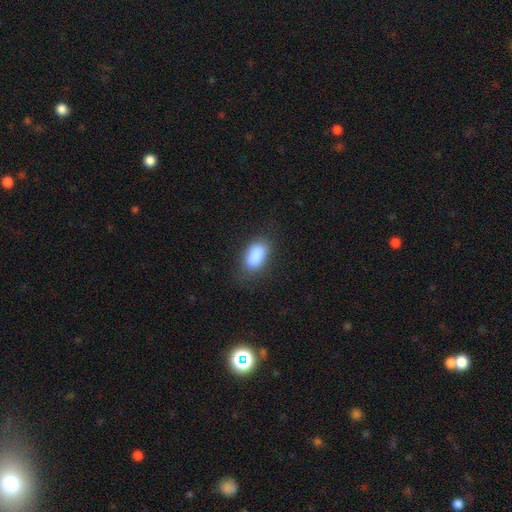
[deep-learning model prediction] A smooth galaxy with no disk features (88%) that is in between round and cigar-shaped (92%).

Vote fractions:
- Smooth or featured? smooth: 88% / star or artifact: 7% / featured or disk: 5%
- How rounded? in between: 92% / round: 5% / cigar-shaped: 3%
- Merging? none: 76% / minor disturbance: 17% / major disturbance: 6% / merger: 1%